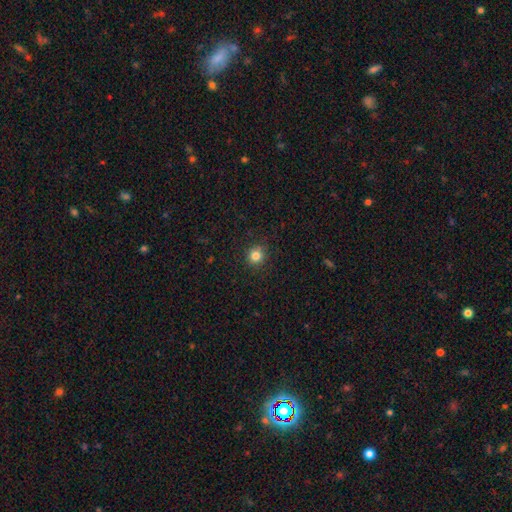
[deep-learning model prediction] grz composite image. It shows a smooth galaxy with no disk features (83%) that is round (91%). Merging: none (89%).